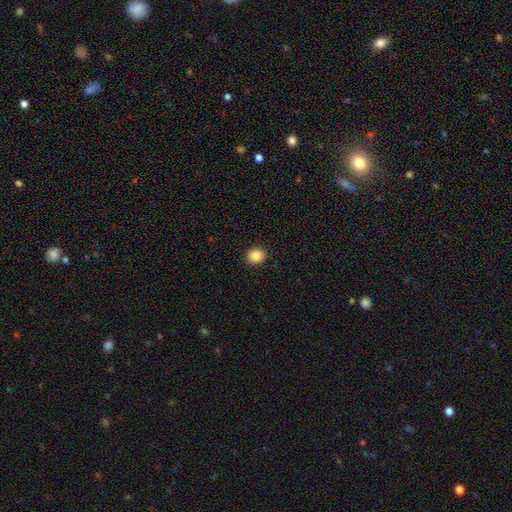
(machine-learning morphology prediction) Smooth or featured: smooth — 85% (star or artifact — 9%)
How rounded: round — 62% (in between — 37%)
Merging: none — 91% (minor disturbance — 6%)